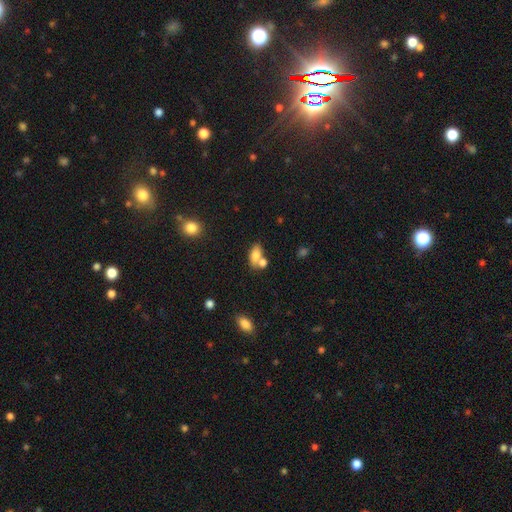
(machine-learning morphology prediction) A smooth galaxy with no disk features (77%) that is in between round and cigar-shaped (85%).

Vote fractions:
- Smooth or featured? smooth: 77% / featured or disk: 13% / star or artifact: 10%
- How rounded? in between: 85% / round: 9% / cigar-shaped: 6%
- Merging? none: 43% / merger: 40% / minor disturbance: 13% / major disturbance: 5%